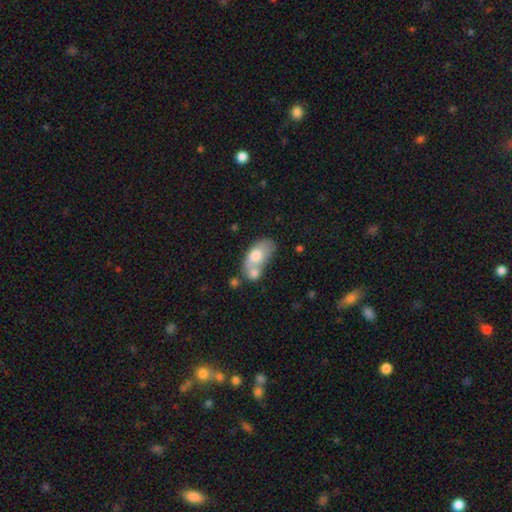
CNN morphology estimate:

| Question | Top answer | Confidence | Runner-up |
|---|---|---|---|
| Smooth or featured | smooth | 69% | featured or disk (25%) |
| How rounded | in between | 90% | round (6%) |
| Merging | merger | 54% | none (23%) |